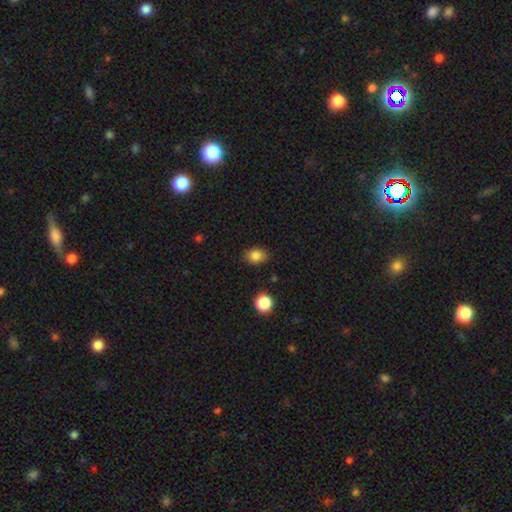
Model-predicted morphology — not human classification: The model was most divided on "how rounded": in between: 63%, round: 36%, cigar-shaped: 1%. More confident: smooth or featured — smooth (84%); merging — none (83%).